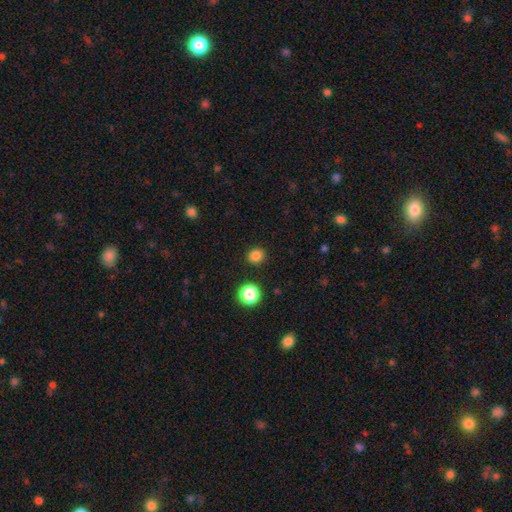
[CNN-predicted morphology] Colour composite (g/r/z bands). It shows a smooth galaxy with no disk features (82%) that is round (84%). Merging: none (90%).